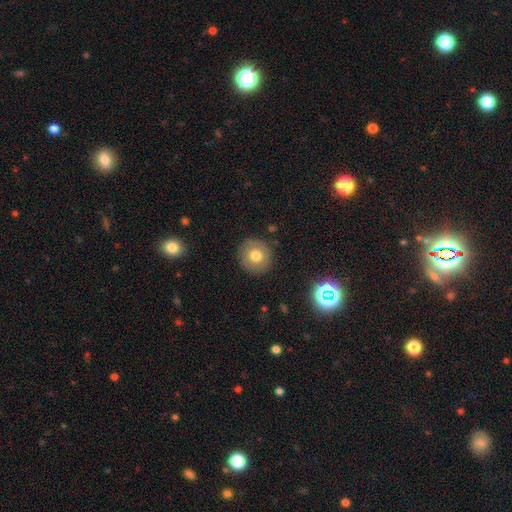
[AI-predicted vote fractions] Overall: smooth (72%). How rounded: round (93%). Merging: none (89%).